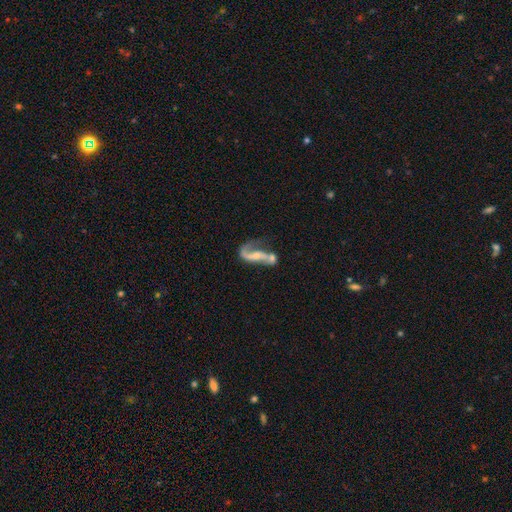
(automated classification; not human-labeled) Smooth or featured? featured or disk (75%)
Edge-on disk? no (94%)
Bar? no (45%)
Spiral arms? yes (83%)
Spiral winding? loose (78%)
Spiral arm count? 2 (66%)
Bulge size? small (39%)
Merging? merger (35%)